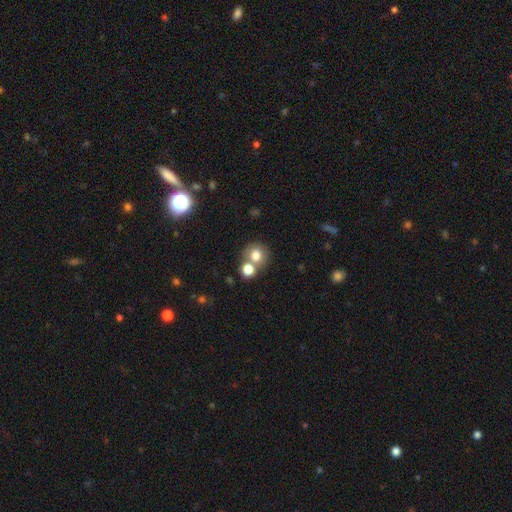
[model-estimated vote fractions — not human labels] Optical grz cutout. It shows a smooth galaxy with no disk features (77%) that is round (85%). Merging: none (54%).